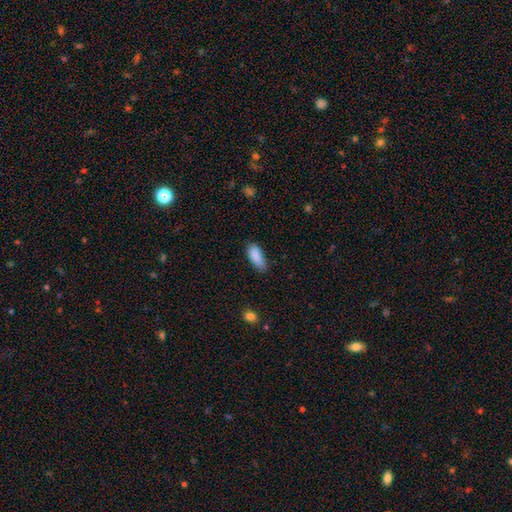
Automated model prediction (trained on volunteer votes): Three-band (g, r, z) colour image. It shows a smooth galaxy with no disk features (88%) that is in between round and cigar-shaped (82%). Merging: none (68%).